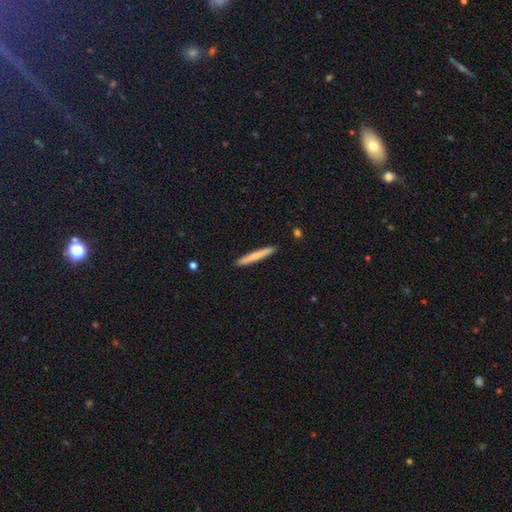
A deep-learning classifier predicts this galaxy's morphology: This appears to be a smooth galaxy with no disk features (68%) that is cigar-shaped (96%). Merging: none (92%).